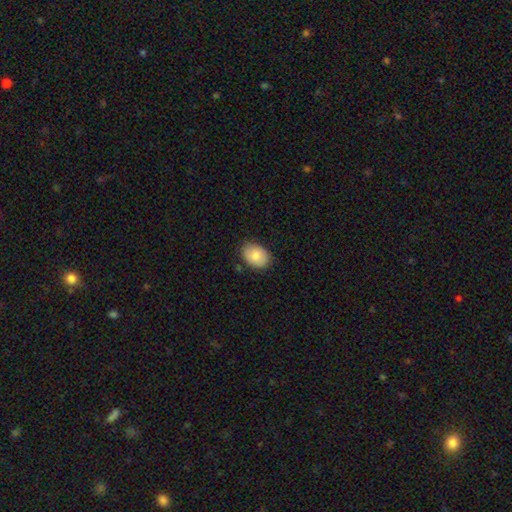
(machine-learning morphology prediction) Overall: smooth (83%). How rounded: in between (74%). Merging: none (79%).